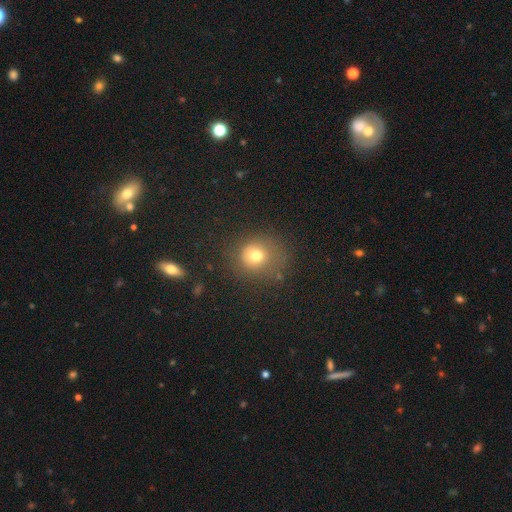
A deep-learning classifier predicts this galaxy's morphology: Smooth or featured? Predicted: smooth (p=0.73). How rounded? Predicted: round (p=0.79). Merging? Predicted: none (p=0.64).